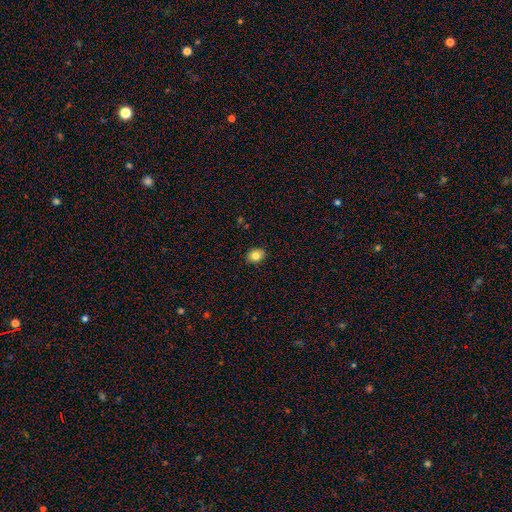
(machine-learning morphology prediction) A smooth galaxy with no disk features (82%) that is round (53%). Merging: none (89%).